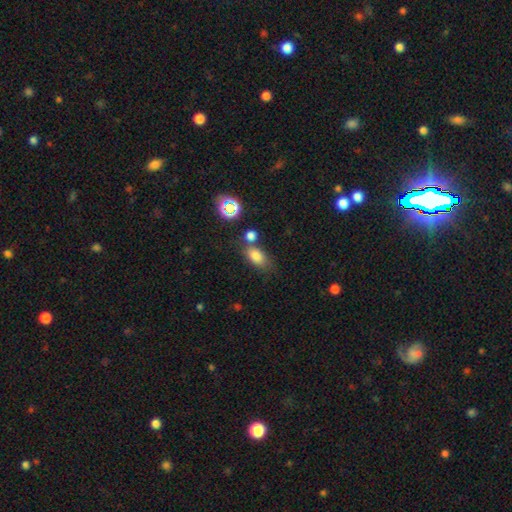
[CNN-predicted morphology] A smooth galaxy with no disk features (78%) that is in between round and cigar-shaped (83%).

Vote fractions:
- Smooth or featured? smooth: 78% / star or artifact: 13% / featured or disk: 9%
- How rounded? in between: 83% / round: 14% / cigar-shaped: 4%
- Merging? none: 57% / merger: 22% / minor disturbance: 16% / major disturbance: 6%